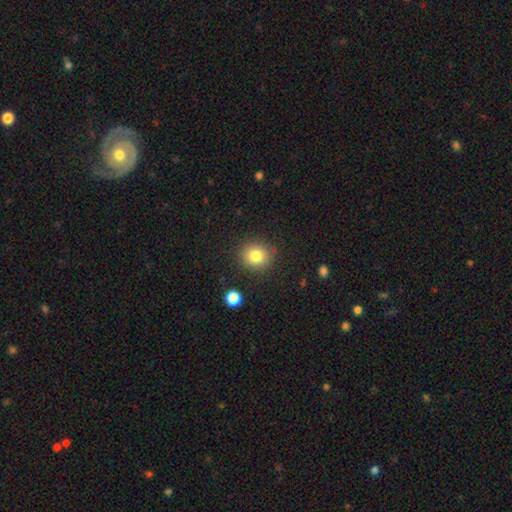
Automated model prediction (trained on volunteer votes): The model was most divided on "how rounded": round: 80%, in between: 19%, cigar-shaped: 1%. More confident: merging — none (87%); smooth or featured — smooth (81%).